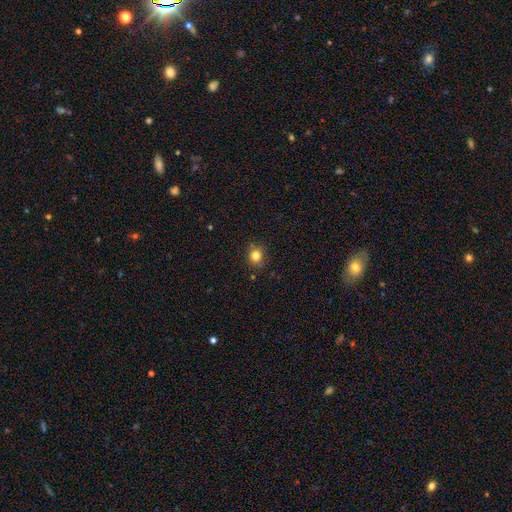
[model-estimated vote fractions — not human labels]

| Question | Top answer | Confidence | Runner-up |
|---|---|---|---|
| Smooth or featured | smooth | 81% | star or artifact (13%) |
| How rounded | round | 82% | in between (17%) |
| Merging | none | 81% | minor disturbance (14%) |